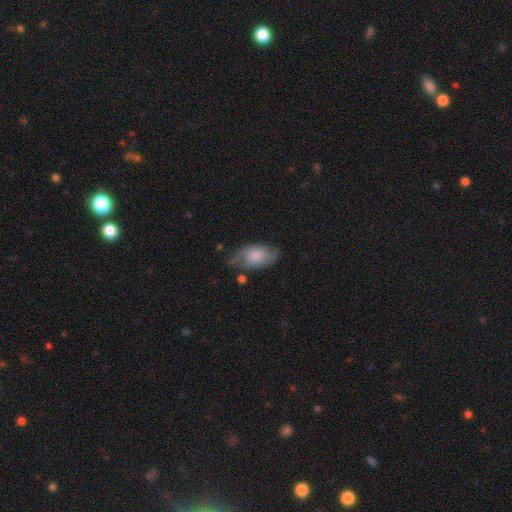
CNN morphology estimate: type=smooth (69%); roundness=in between (92%); merging=none (51%).